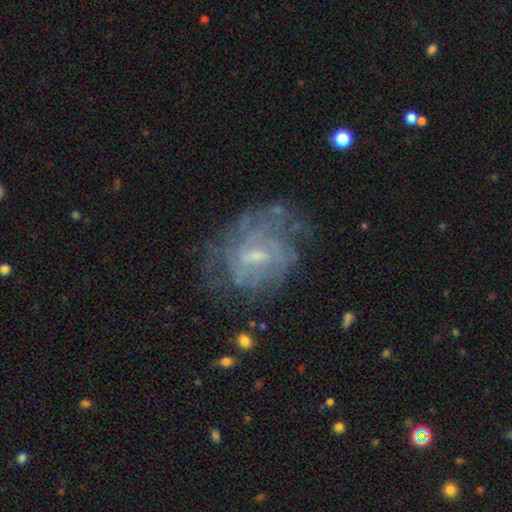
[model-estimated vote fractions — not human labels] featured or disk 74%, smooth 16%, star or artifact 10%. Down the decision tree: edge-on disk — no (97%); bar — weak (58%); spiral arms — yes (68%); bulge size — small (55%); merging — none (58%).